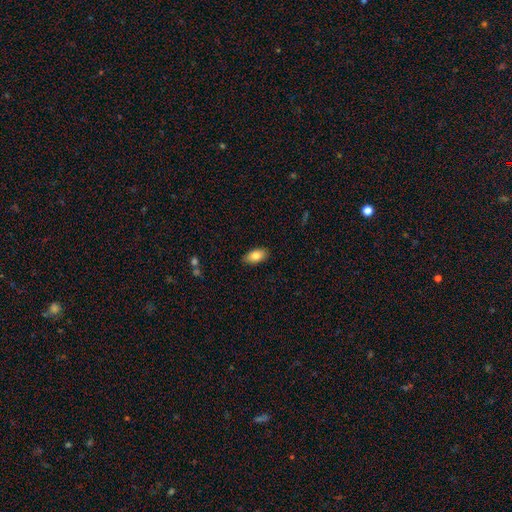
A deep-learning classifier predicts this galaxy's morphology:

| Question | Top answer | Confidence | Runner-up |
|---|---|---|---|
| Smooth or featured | smooth | 83% | featured or disk (11%) |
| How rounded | in between | 92% | cigar-shaped (4%) |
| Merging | none | 87% | minor disturbance (10%) |